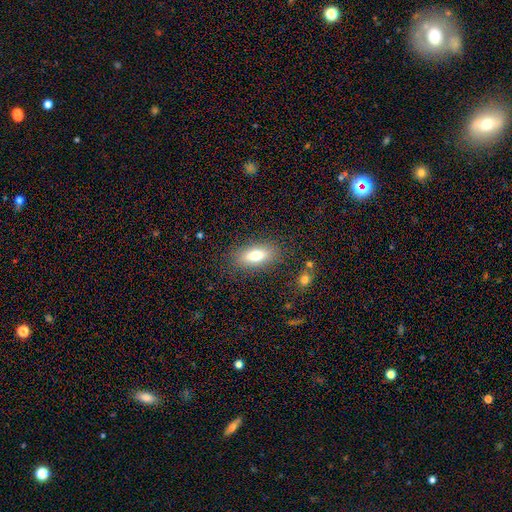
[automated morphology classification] Overall: smooth (73%). How rounded: in between (81%). Merging: none (84%).